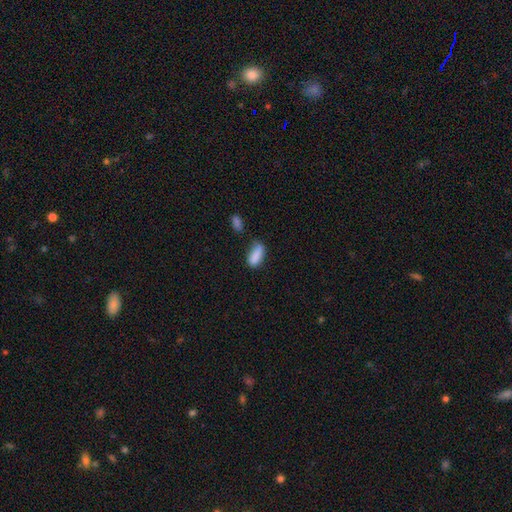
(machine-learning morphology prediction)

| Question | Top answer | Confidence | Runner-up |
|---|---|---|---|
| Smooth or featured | smooth | 86% | star or artifact (8%) |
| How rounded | in between | 80% | cigar-shaped (17%) |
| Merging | none | 50% | minor disturbance (30%) |